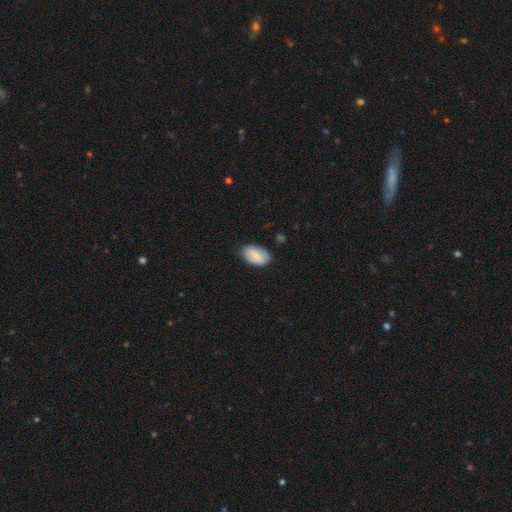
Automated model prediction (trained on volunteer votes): This is clearly a smooth galaxy (84%). How rounded: clearly in between (92%). Merging: clearly none (81%).